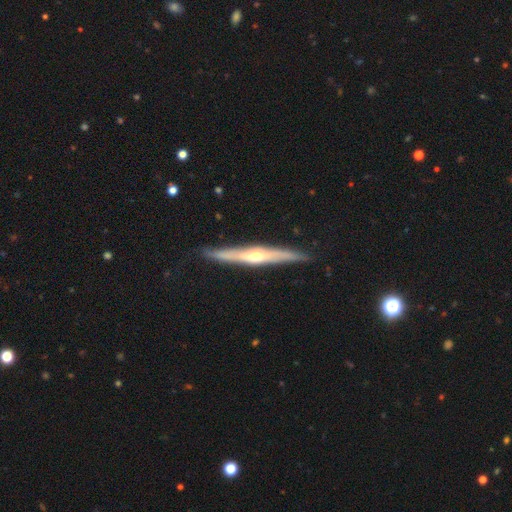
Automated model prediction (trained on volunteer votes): smooth_or_featured: featured or disk (p=0.74) [alt: smooth p=0.21]
disk_edge_on: yes (p=0.95) [alt: no p=0.05]
edge_on_bulge: rounded (p=0.81) [alt: none p=0.14]
merging: none (p=0.88) [alt: minor disturbance p=0.09]